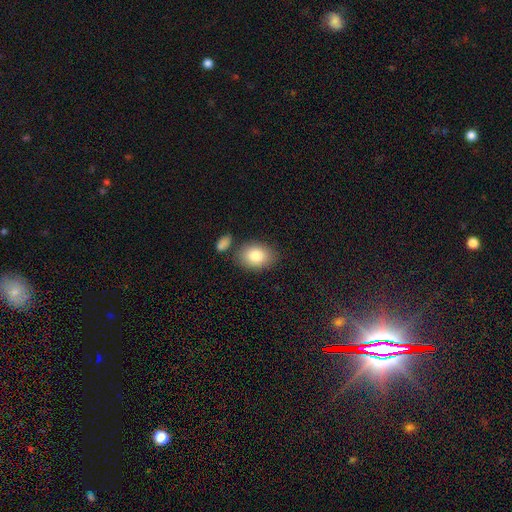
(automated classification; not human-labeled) Overall: smooth (83%). How rounded: in between (78%). Merging: none (75%).